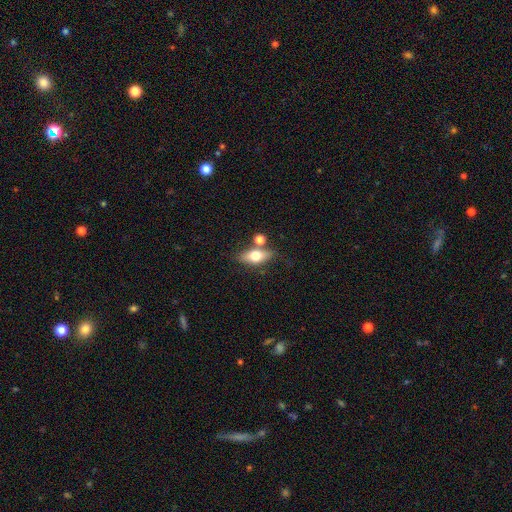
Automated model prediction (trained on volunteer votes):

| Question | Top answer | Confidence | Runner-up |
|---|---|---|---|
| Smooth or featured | smooth | 63% | featured or disk (29%) |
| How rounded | in between | 73% | cigar-shaped (17%) |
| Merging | none | 65% | merger (16%) |